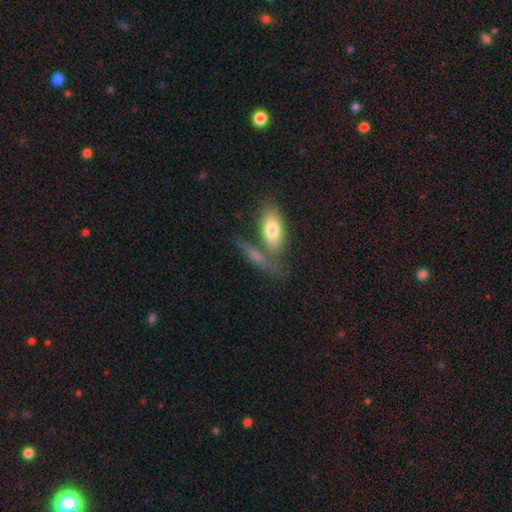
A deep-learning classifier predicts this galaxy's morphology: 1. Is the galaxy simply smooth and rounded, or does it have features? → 60% smooth, 31% featured or disk, 8% star or artifact.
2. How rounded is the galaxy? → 50% in between, 45% cigar-shaped, 5% round.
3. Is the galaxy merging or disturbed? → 49% none, 34% merger, 12% minor disturbance, 5% major disturbance.